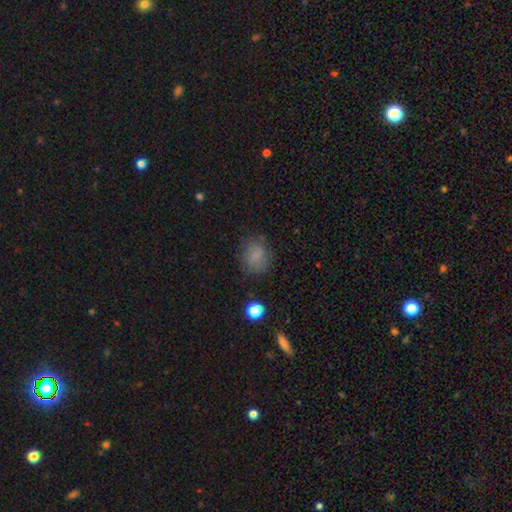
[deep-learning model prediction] A smooth galaxy with no disk features (78%) that is round (71%).

Vote fractions:
- Smooth or featured? smooth: 78% / star or artifact: 12% / featured or disk: 10%
- How rounded? round: 71% / in between: 28% / cigar-shaped: 1%
- Merging? none: 75% / minor disturbance: 17% / major disturbance: 6% / merger: 2%